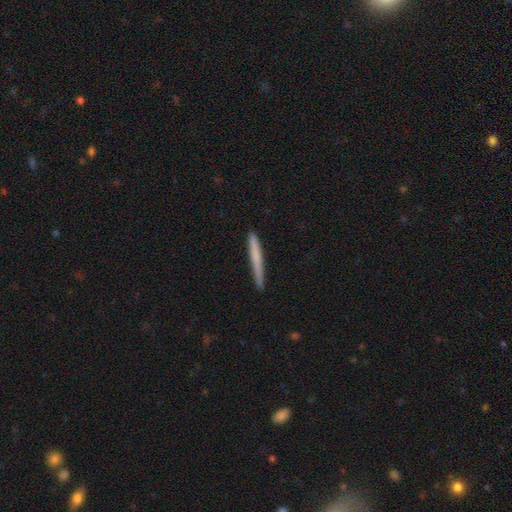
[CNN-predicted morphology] Smooth or featured?
  - smooth: 64% *
  - featured or disk: 30%
  - star or artifact: 6%
How rounded?
  - cigar-shaped: 97% *
  - in between: 2%
  - round: 1%
Merging?
  - none: 88% *
  - minor disturbance: 9%
  - major disturbance: 2%
  - merger: 1%